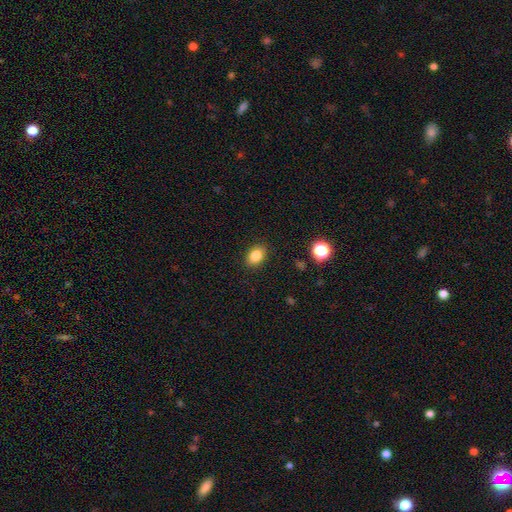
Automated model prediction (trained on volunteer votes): smooth-or-featured: smooth: 83% | star or artifact: 10% | featured or disk: 6%
  how-rounded: in between: 76% | round: 23% | cigar-shaped: 1%
  merging: none: 88% | minor disturbance: 9% | major disturbance: 2% | merger: 1%